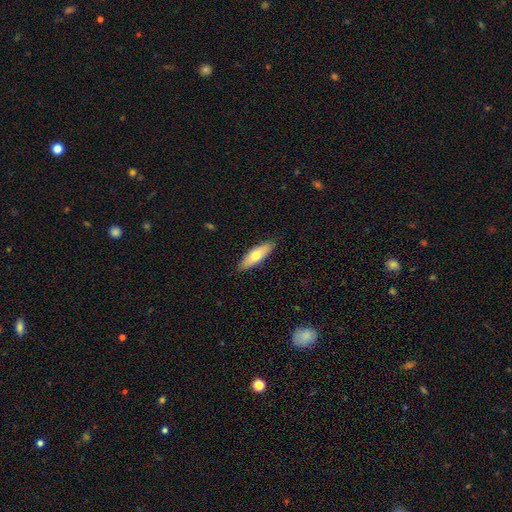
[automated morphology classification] Smooth or featured: smooth — 66% (featured or disk — 28%)
How rounded: in between — 54% (cigar-shaped — 44%)
Merging: none — 88% (minor disturbance — 9%)